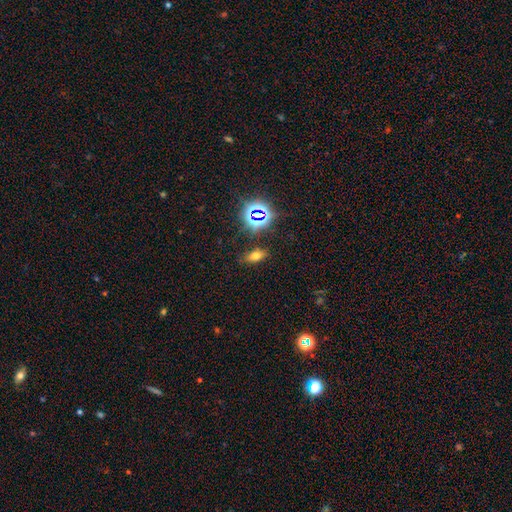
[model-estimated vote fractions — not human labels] Overall: smooth (60%; star or artifact 27%). How rounded: in between (81%). Merging: none (84%).